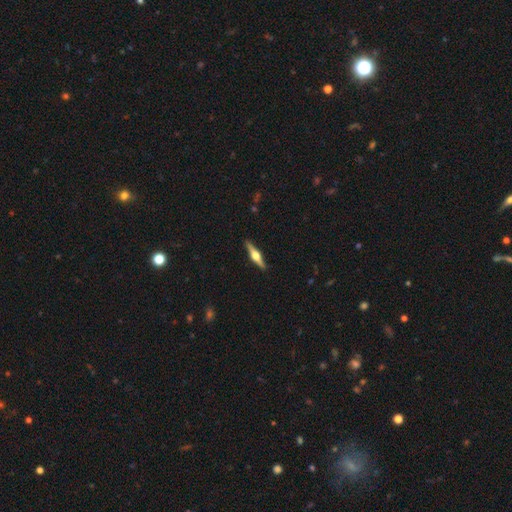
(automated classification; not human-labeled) Overall: featured or disk (75%). Edge-on disk: yes (98%). Edge-on bulge: rounded (95%). Merging: none (91%).